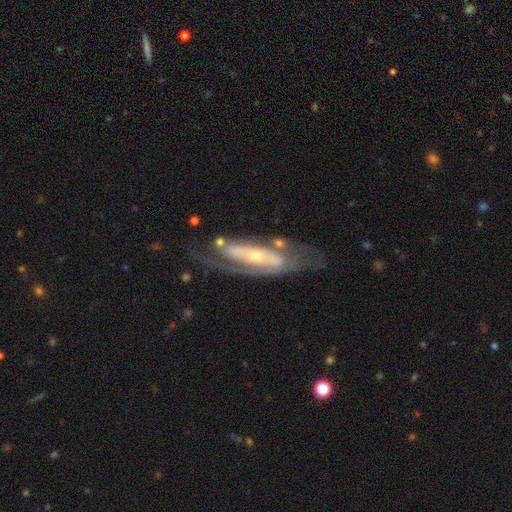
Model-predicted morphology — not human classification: This appears to be a featured or disk galaxy (83%) with no bar (49%), 2 (65%) tight (44%) spiral arms (87%) and a small central bulge (61%). Merging: none (59%).